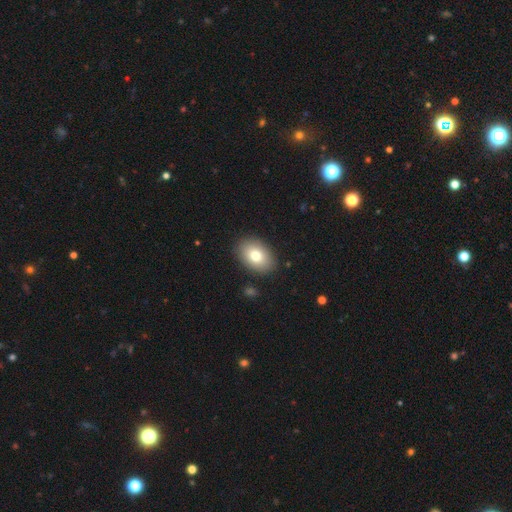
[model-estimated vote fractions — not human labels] Q: Smooth or featured?
A: smooth (78%); runner-up: featured or disk (14%)
Q: How rounded?
A: in between (84%); runner-up: round (15%)
Q: Merging?
A: none (88%); runner-up: minor disturbance (8%)